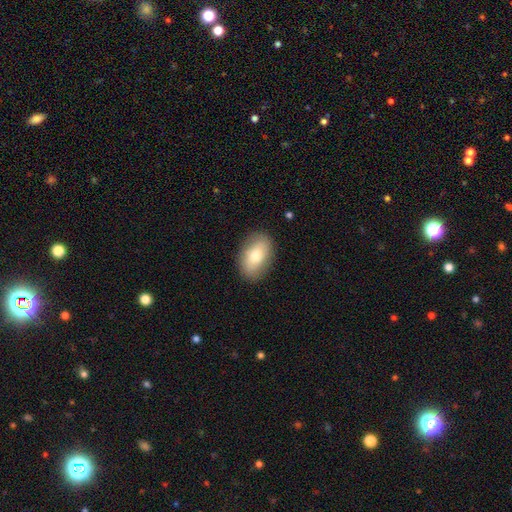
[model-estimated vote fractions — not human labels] Smooth or featured: smooth — 73% (featured or disk — 20%)
How rounded: in between — 89% (round — 10%)
Merging: none — 86% (minor disturbance — 10%)